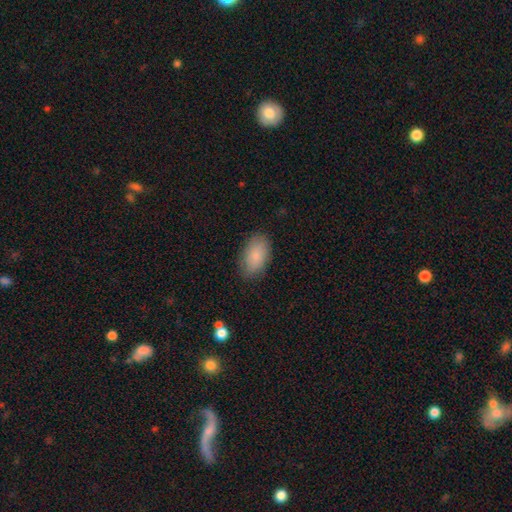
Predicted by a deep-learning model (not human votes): smooth_or_featured: smooth (p=0.86) [alt: featured or disk p=0.08]
how_rounded: in between (p=0.93) [alt: round p=0.05]
merging: none (p=0.85) [alt: minor disturbance p=0.12]